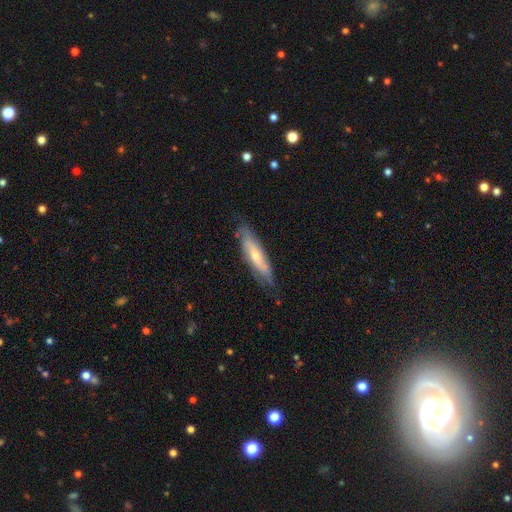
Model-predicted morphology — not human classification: Q: Smooth or featured?
A: featured or disk (57%); runner-up: smooth (37%)
Q: Edge-on disk?
A: no (51%); runner-up: yes (49%)
Q: Merging?
A: none (73%); runner-up: minor disturbance (21%)